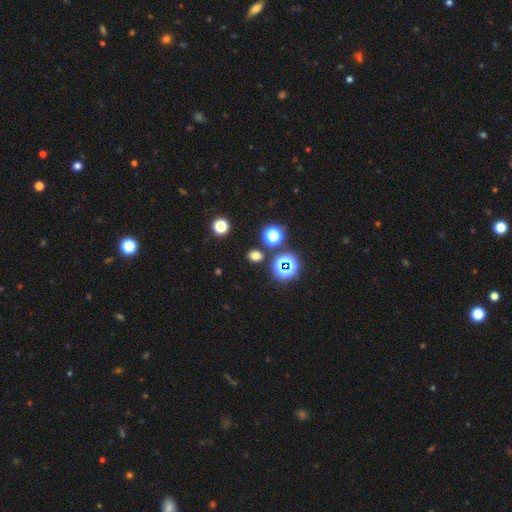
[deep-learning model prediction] A smooth galaxy with no disk features (65%) that is round (62%).

Vote fractions:
- Smooth or featured? smooth: 65% / star or artifact: 30% / featured or disk: 6%
- How rounded? round: 62% / in between: 37% / cigar-shaped: 1%
- Merging? none: 85% / minor disturbance: 8% / merger: 4% / major disturbance: 3%